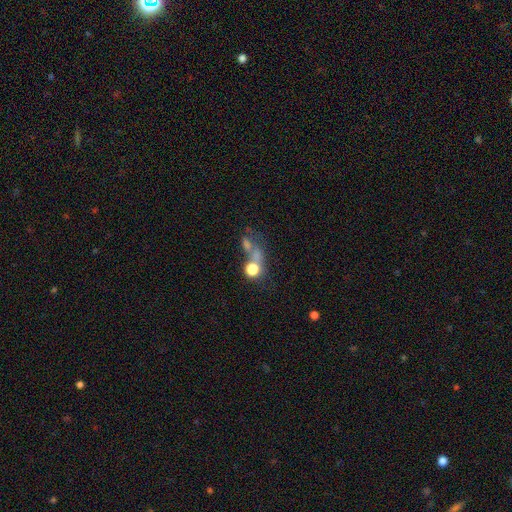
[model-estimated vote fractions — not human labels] Overall: smooth (44%; star or artifact 31%). Merging: merger (40%; none 33%).